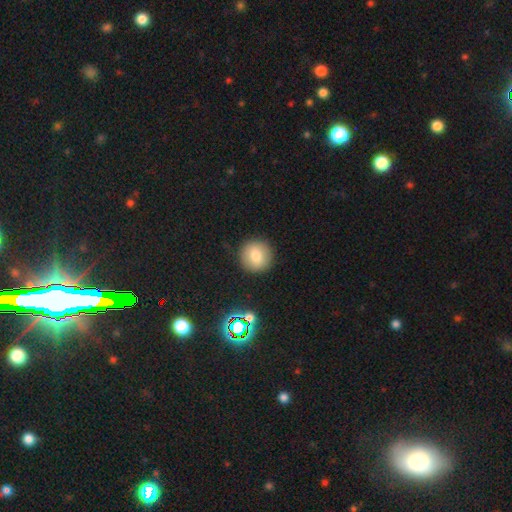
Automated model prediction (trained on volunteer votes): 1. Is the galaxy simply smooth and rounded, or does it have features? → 78% smooth, 11% featured or disk, 11% star or artifact.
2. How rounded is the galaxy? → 95% round, 4% in between, 1% cigar-shaped.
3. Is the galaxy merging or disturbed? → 90% none, 6% minor disturbance, 2% major disturbance, 1% merger.